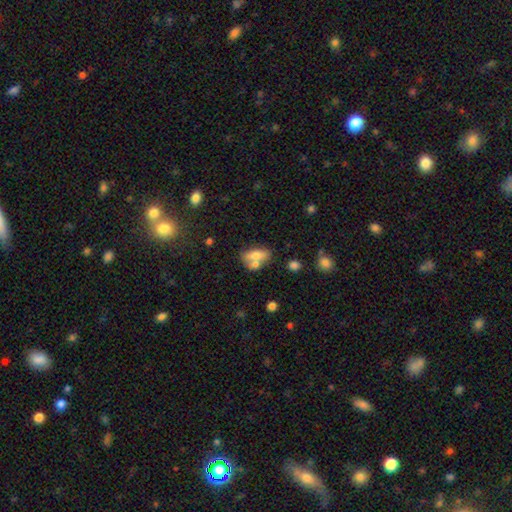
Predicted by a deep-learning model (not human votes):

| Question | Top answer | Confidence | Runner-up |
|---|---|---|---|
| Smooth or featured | smooth | 65% | featured or disk (26%) |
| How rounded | in between | 80% | cigar-shaped (11%) |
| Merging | none | 42% | merger (38%) |